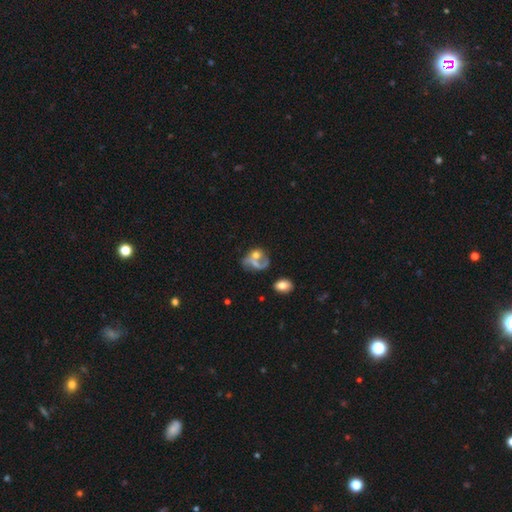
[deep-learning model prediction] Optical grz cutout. It shows a featured or disk galaxy (55%) with no bar (74%), spiral arms (58%) and a moderate central bulge (39%). Merging: merger (30%).